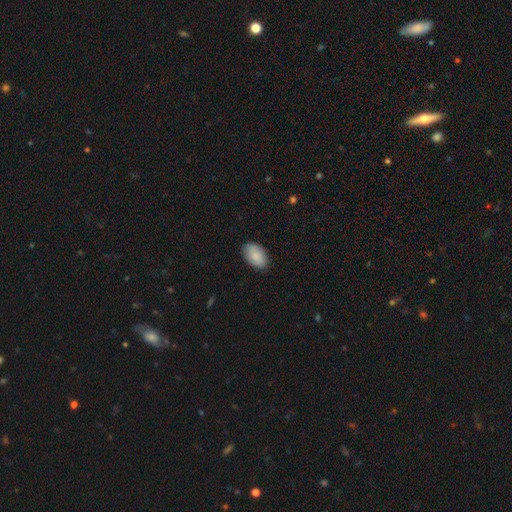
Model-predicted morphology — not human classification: smooth 88%, featured or disk 6%, star or artifact 6%. Down the decision tree: how rounded — in between (92%); merging — none (86%).